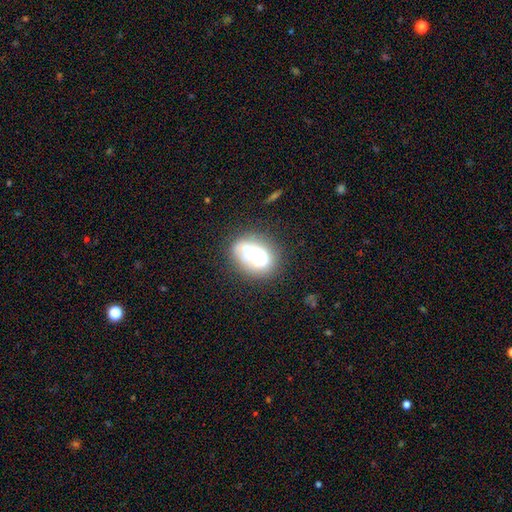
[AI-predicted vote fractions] This is possibly a smooth galaxy (59%). How rounded: likely in between (74%). Merging: possibly none (52%).